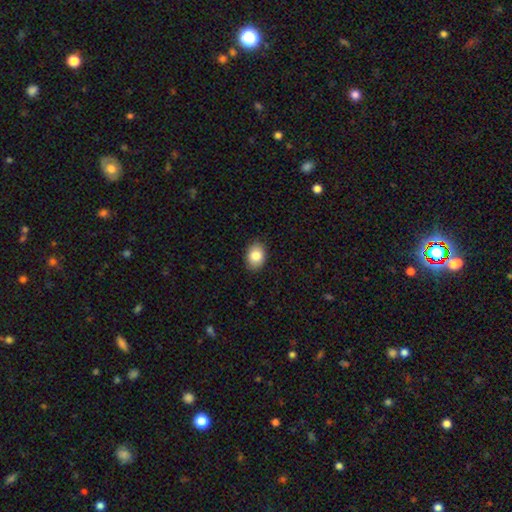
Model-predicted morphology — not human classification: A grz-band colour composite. It shows a smooth galaxy with no disk features (84%) that is in between round and cigar-shaped (76%). Merging: none (89%).